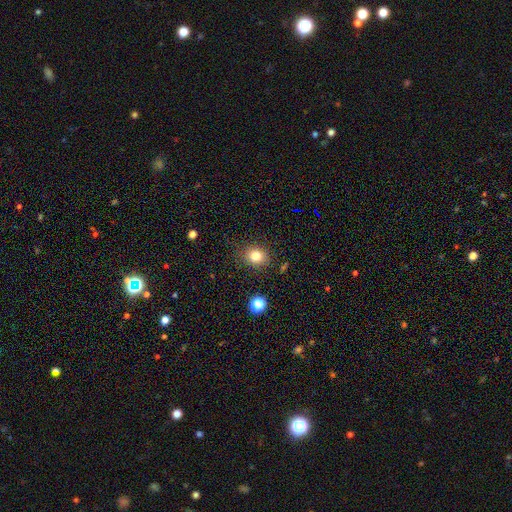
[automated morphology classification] smooth-or-featured: smooth: 80% | star or artifact: 13% | featured or disk: 7%
  how-rounded: round: 72% | in between: 27% | cigar-shaped: 1%
  merging: none: 84% | minor disturbance: 11% | major disturbance: 3% | merger: 2%